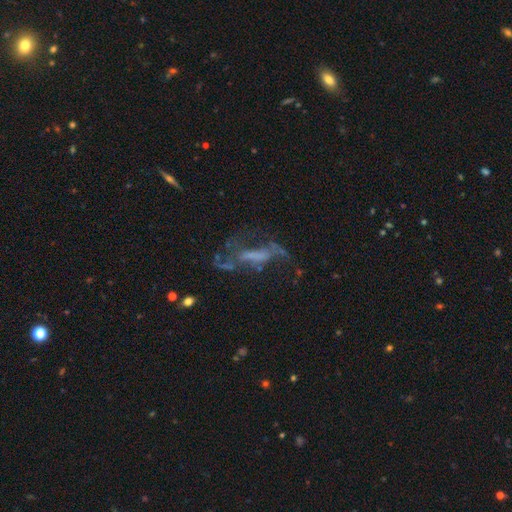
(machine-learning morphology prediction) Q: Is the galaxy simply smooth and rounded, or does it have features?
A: featured or disk — 63%.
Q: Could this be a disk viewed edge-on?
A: no — 85%.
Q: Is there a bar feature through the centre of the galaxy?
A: no — 43%.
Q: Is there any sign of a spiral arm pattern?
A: yes — 54%.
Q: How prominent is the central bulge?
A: none — 61%.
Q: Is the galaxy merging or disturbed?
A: none — 41%.